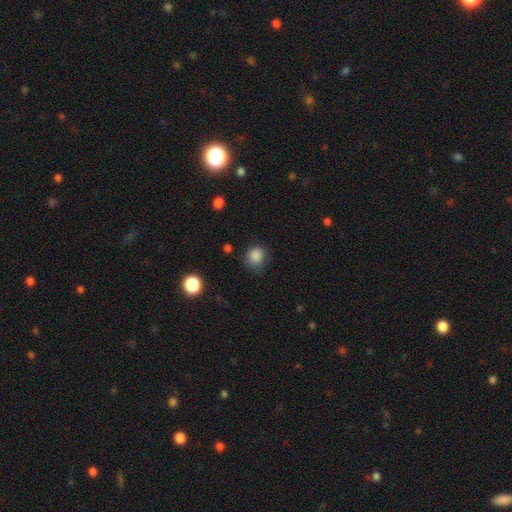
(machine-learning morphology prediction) This appears to be a smooth galaxy with no disk features (85%) that is round (80%). Merging: none (70%).